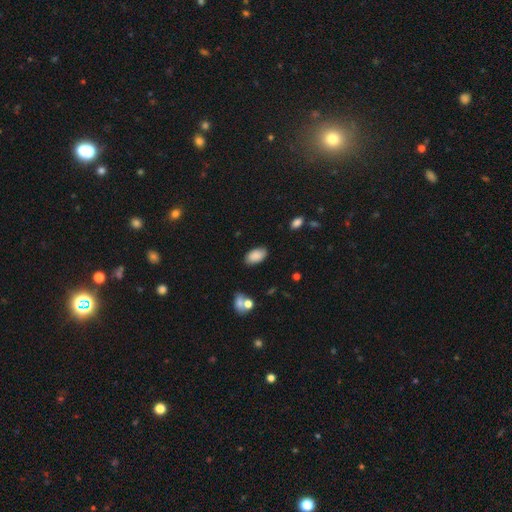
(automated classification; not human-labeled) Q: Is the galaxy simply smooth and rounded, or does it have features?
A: smooth — 87%.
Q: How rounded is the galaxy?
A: in between — 94%.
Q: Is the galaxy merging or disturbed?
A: none — 83%.